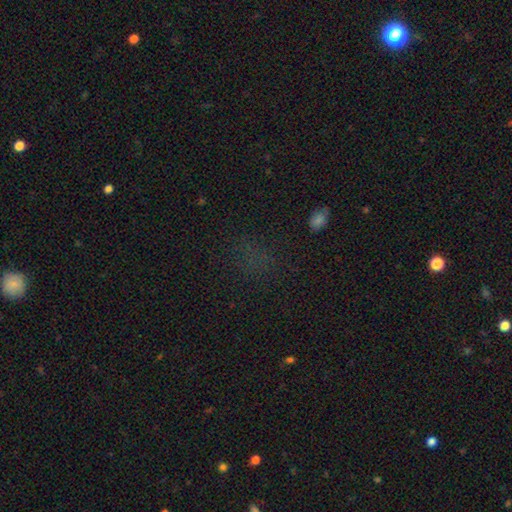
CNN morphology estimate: star or artifact 55%, smooth 34%, featured or disk 11%.